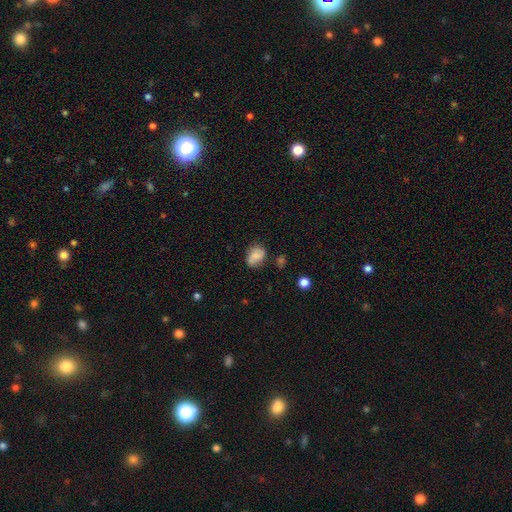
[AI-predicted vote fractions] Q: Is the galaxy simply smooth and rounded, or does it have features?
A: smooth — 66%.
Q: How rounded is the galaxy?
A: in between — 61%.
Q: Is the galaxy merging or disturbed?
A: none — 56%.